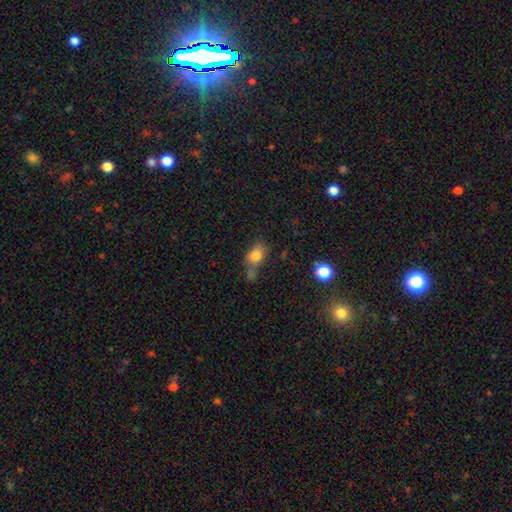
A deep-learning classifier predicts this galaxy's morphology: Smooth or featured? Predicted: smooth (p=0.74). How rounded? Predicted: in between (p=0.73). Merging? Predicted: none (p=0.43).